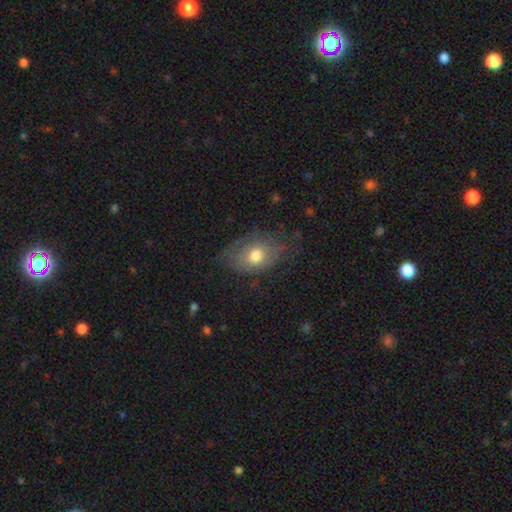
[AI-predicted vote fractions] This is possibly a smooth galaxy (59%). How rounded: likely in between (71%). Merging: possibly none (55%).